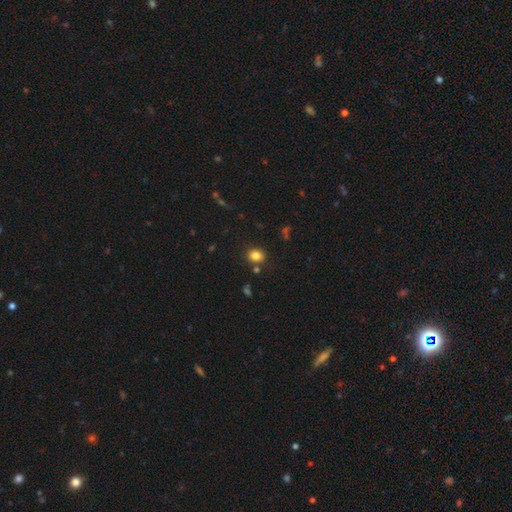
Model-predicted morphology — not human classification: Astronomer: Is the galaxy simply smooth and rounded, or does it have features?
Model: smooth — 82%.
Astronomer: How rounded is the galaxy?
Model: round — 60% (runner-up: in between, 39%).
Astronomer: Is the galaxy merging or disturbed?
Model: none — 82%.